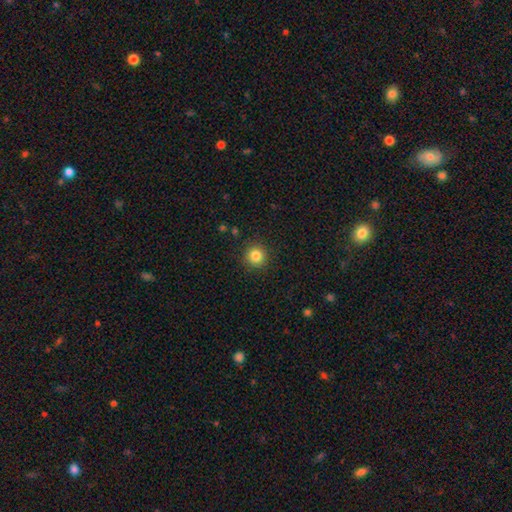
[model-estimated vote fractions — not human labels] The model was most divided on "smooth or featured": smooth: 84%, star or artifact: 11%, featured or disk: 5%. More confident: how rounded — round (94%); merging — none (91%).